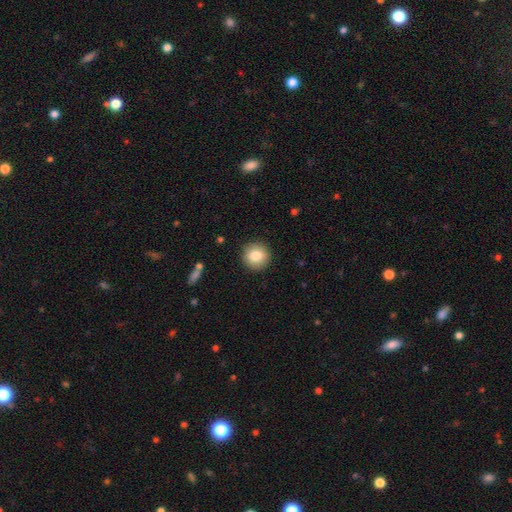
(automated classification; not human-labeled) Smooth or featured? smooth (83%)
How rounded? round (94%)
Merging? none (91%)